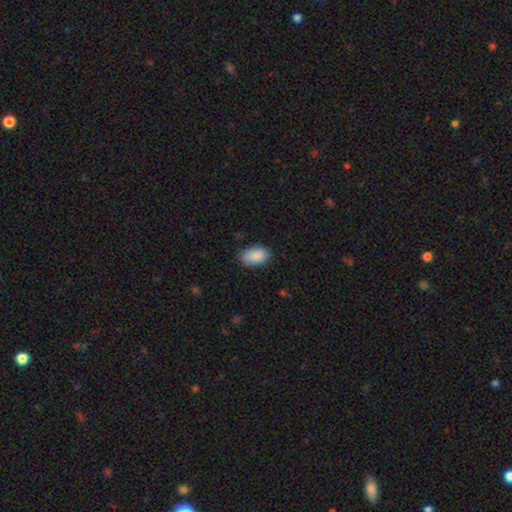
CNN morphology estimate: This appears to be a smooth galaxy with no disk features (89%) that is in between round and cigar-shaped (93%). Merging: none (81%).